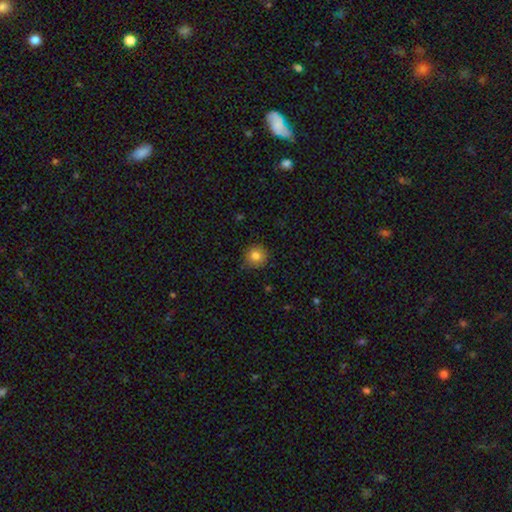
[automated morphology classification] A smooth galaxy with no disk features (83%) that is round (91%).

Vote fractions:
- Smooth or featured? smooth: 83% / star or artifact: 10% / featured or disk: 7%
- How rounded? round: 91% / in between: 8% / cigar-shaped: 1%
- Merging? none: 89% / minor disturbance: 8% / major disturbance: 2% / merger: 1%